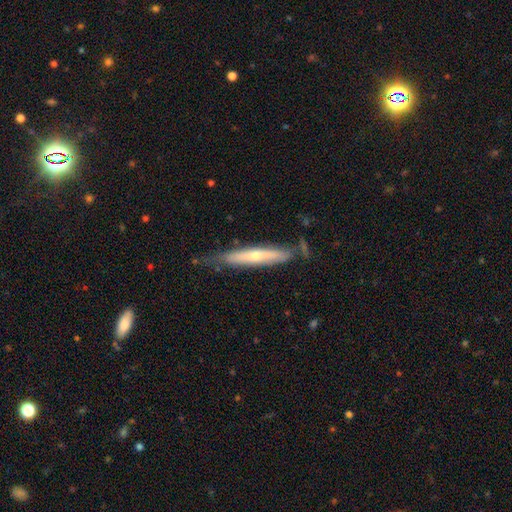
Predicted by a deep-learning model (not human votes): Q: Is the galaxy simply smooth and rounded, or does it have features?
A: featured or disk — 53%.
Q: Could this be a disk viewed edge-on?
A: yes — 83%.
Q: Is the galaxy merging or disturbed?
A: none — 66%.